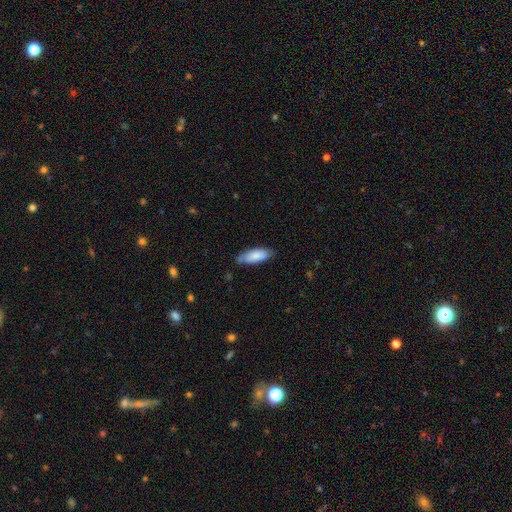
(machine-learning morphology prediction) Smooth or featured?
  - smooth: 84% *
  - featured or disk: 10%
  - star or artifact: 6%
How rounded?
  - in between: 71% *
  - cigar-shaped: 28%
  - round: 2%
Merging?
  - none: 72% *
  - minor disturbance: 23%
  - major disturbance: 3%
  - merger: 2%